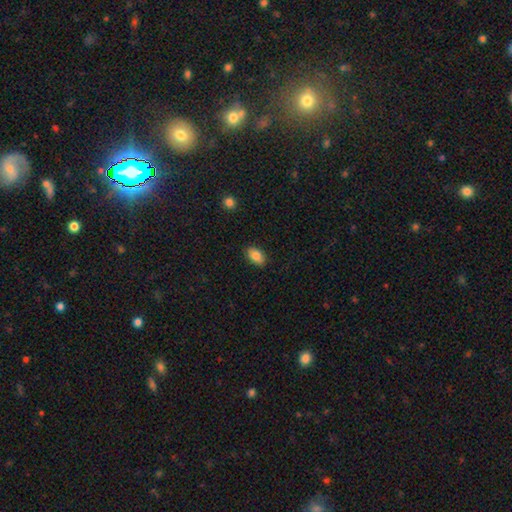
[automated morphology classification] smooth_or_featured: smooth (p=0.85) [alt: star or artifact p=0.08]
how_rounded: in between (p=0.90) [alt: round p=0.07]
merging: none (p=0.86) [alt: minor disturbance p=0.10]